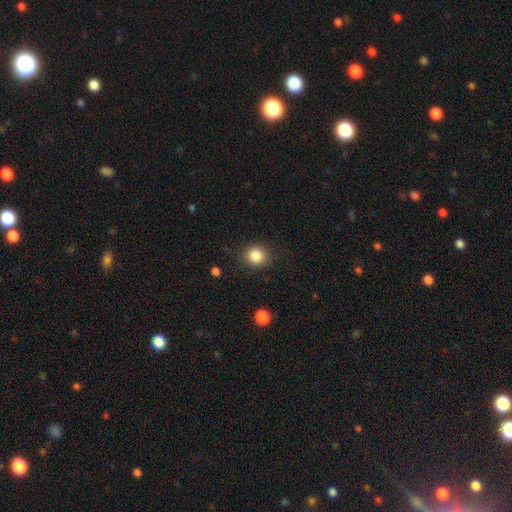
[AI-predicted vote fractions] smooth 85%, star or artifact 11%, featured or disk 5%. Down the decision tree: how rounded — round (86%); merging — none (86%).